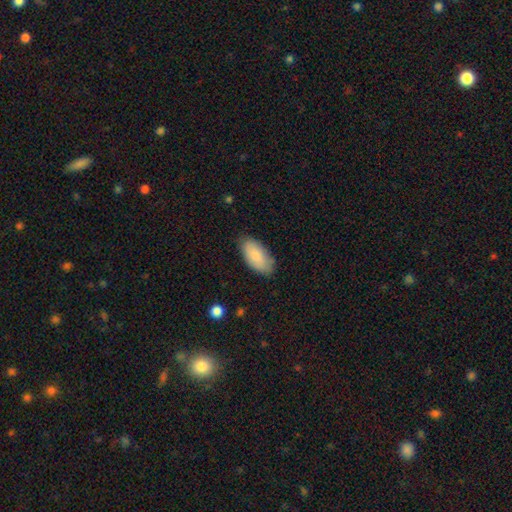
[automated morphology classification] Smooth or featured?
  - smooth: 84% *
  - featured or disk: 10%
  - star or artifact: 6%
How rounded?
  - in between: 94% *
  - cigar-shaped: 4%
  - round: 2%
Merging?
  - none: 81% *
  - minor disturbance: 16%
  - major disturbance: 3%
  - merger: 1%